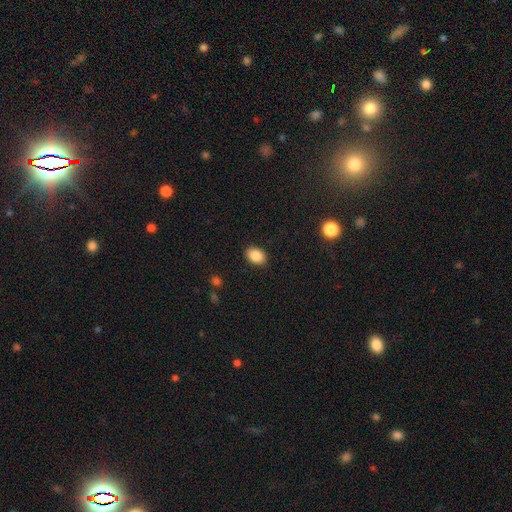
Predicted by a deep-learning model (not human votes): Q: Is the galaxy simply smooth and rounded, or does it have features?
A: smooth — 87%.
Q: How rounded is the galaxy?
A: in between — 77%.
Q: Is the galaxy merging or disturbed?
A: none — 89%.